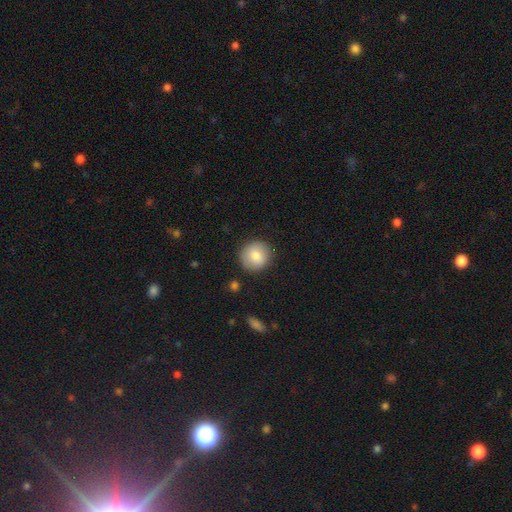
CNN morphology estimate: A smooth galaxy with no disk features (82%) that is round (93%). Merging: none (88%).